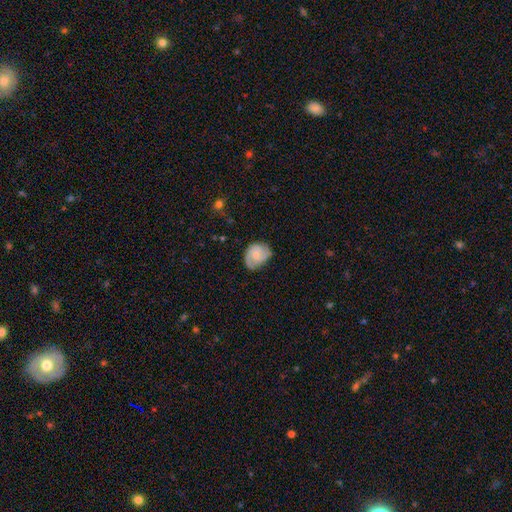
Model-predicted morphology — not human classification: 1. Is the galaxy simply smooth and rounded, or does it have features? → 51% featured or disk, 42% smooth, 7% star or artifact.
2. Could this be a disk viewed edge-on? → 97% no, 3% yes.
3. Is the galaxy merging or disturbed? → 59% none, 31% minor disturbance, 9% major disturbance, 2% merger.